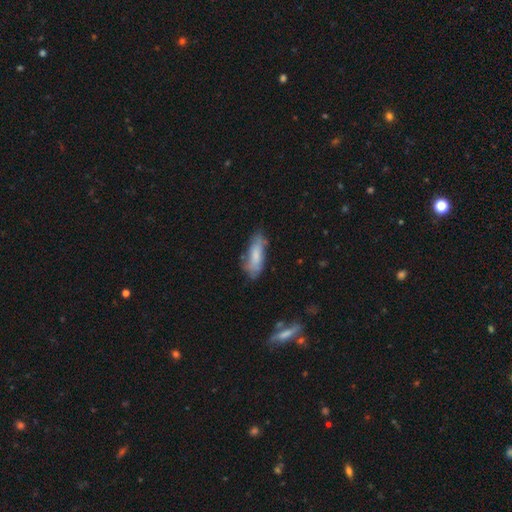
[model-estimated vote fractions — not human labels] A smooth galaxy with no disk features (68%) that is in between round and cigar-shaped (63%). Merging: none (60%).